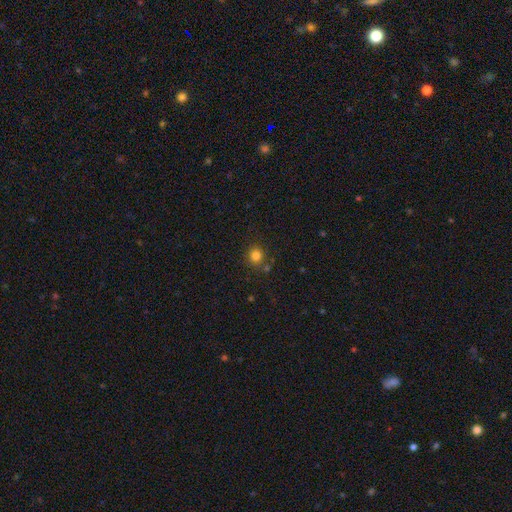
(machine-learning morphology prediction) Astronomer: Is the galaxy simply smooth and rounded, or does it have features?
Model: smooth — 81%.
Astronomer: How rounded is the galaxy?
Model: round — 89%.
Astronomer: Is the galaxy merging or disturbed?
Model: none — 79%.